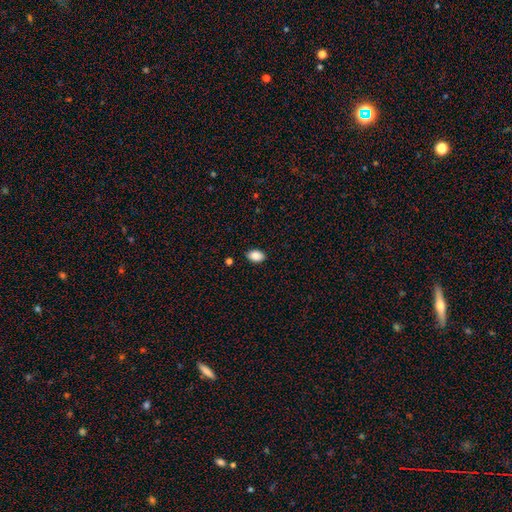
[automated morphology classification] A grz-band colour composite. It shows a smooth galaxy with no disk features (88%) that is in between round and cigar-shaped (89%). Merging: none (88%).